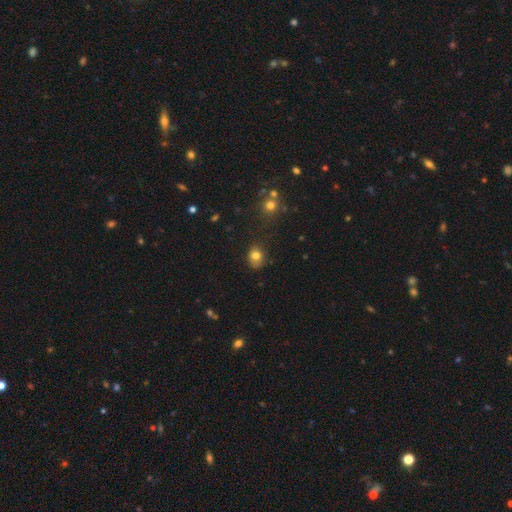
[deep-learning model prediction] A smooth galaxy with no disk features (79%) that is round (53%).

Vote fractions:
- Smooth or featured? smooth: 79% / star or artifact: 13% / featured or disk: 9%
- How rounded? round: 53% / in between: 46% / cigar-shaped: 1%
- Merging? none: 67% / minor disturbance: 24% / major disturbance: 6% / merger: 3%